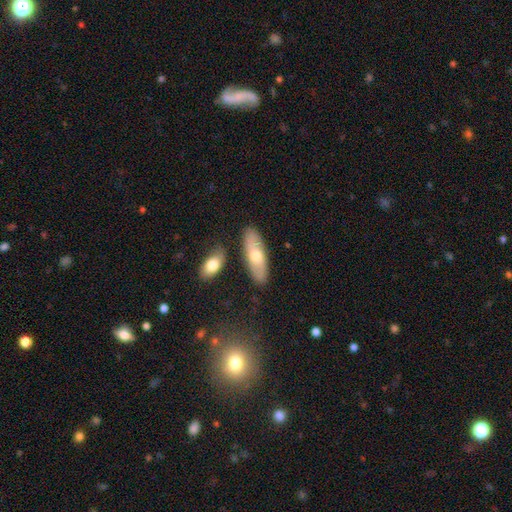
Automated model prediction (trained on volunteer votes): This appears to be a smooth galaxy with no disk features (58%) that is in between round and cigar-shaped (64%). Merging: none (83%).